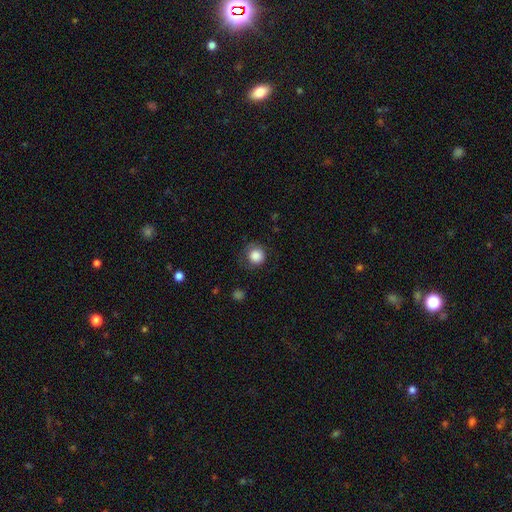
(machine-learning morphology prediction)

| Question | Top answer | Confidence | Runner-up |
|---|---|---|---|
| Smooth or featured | smooth | 85% | star or artifact (9%) |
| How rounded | round | 91% | in between (8%) |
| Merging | none | 69% | minor disturbance (20%) |